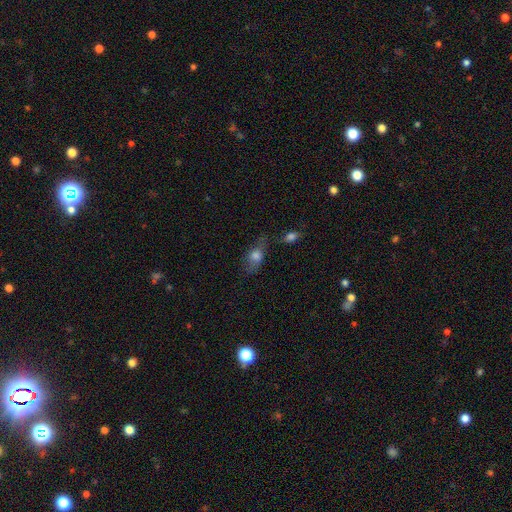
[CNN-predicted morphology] A smooth galaxy with no disk features (70%) that is in between round and cigar-shaped (76%).

Vote fractions:
- Smooth or featured? smooth: 70% / featured or disk: 20% / star or artifact: 11%
- How rounded? in between: 76% / round: 15% / cigar-shaped: 9%
- Merging? none: 47% / minor disturbance: 24% / merger: 16% / major disturbance: 14%